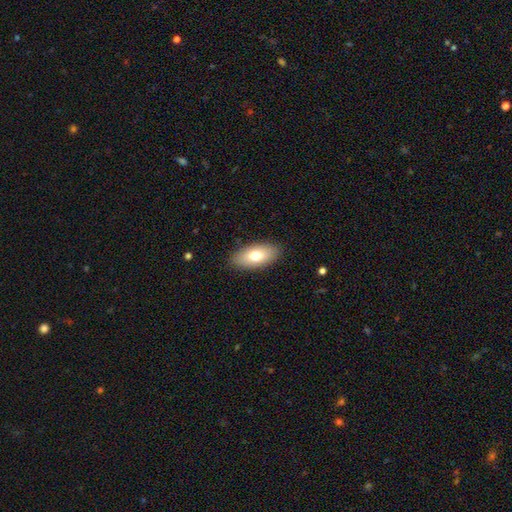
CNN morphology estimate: A smooth galaxy with no disk features (74%) that is in between round and cigar-shaped (89%).

Vote fractions:
- Smooth or featured? smooth: 74% / featured or disk: 19% / star or artifact: 7%
- How rounded? in between: 89% / cigar-shaped: 8% / round: 3%
- Merging? none: 88% / minor disturbance: 9% / major disturbance: 2% / merger: 1%